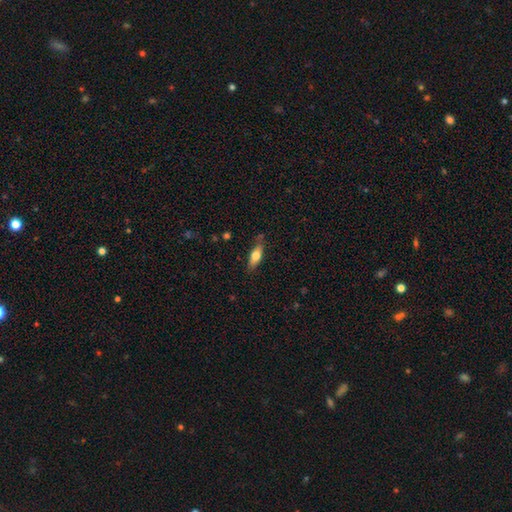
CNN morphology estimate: Overall: smooth (61%; featured or disk 32%). How rounded: in between (59%; cigar-shaped 38%). Merging: none (77%).